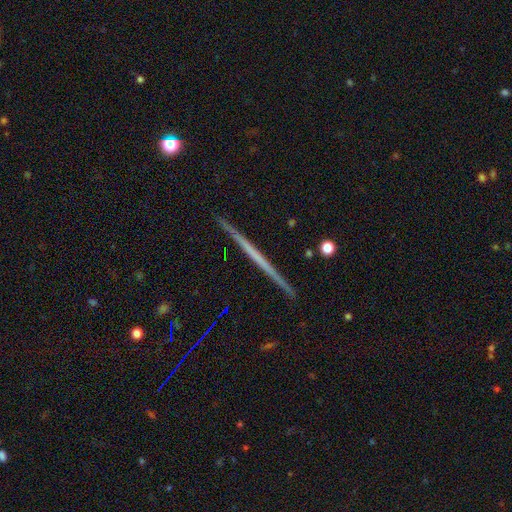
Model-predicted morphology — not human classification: Q: Smooth or featured?
A: featured or disk (67%); runner-up: smooth (27%)
Q: Edge-on disk?
A: yes (98%); runner-up: no (2%)
Q: Edge-on bulge?
A: none (90%); runner-up: rounded (7%)
Q: Merging?
A: none (93%); runner-up: minor disturbance (5%)